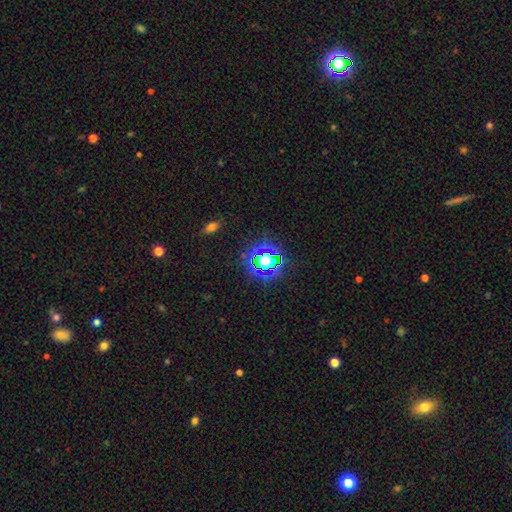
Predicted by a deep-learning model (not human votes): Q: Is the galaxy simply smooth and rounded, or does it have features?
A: star or artifact — 77%.